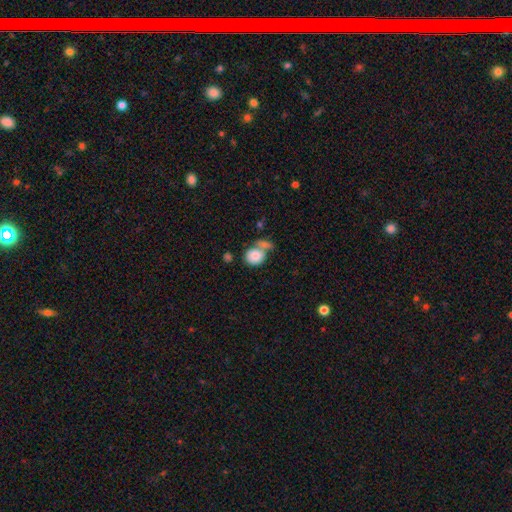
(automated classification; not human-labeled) Morphology: type=smooth (84%); roundness=round (67%); merging=none (42%).